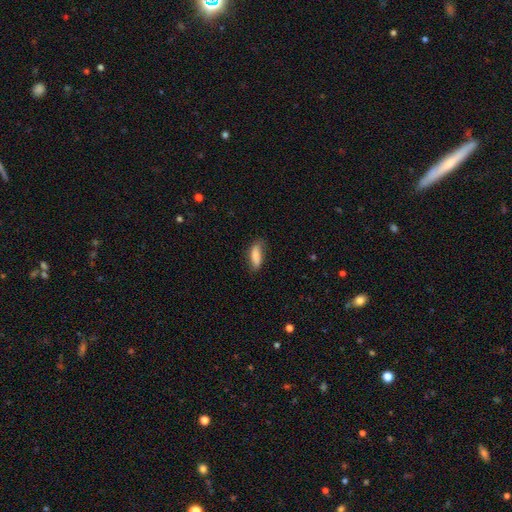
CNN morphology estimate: This appears to be a smooth galaxy with no disk features (78%) that is in between round and cigar-shaped (63%). Merging: none (69%).